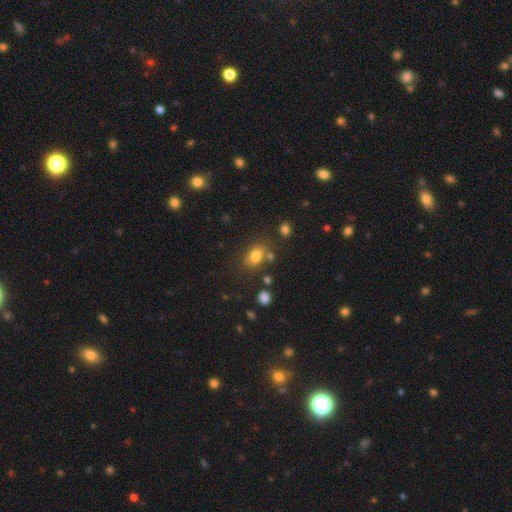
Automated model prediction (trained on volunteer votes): Q: Smooth or featured?
A: smooth (79%); runner-up: star or artifact (12%)
Q: How rounded?
A: in between (69%); runner-up: round (29%)
Q: Merging?
A: none (67%); runner-up: minor disturbance (16%)